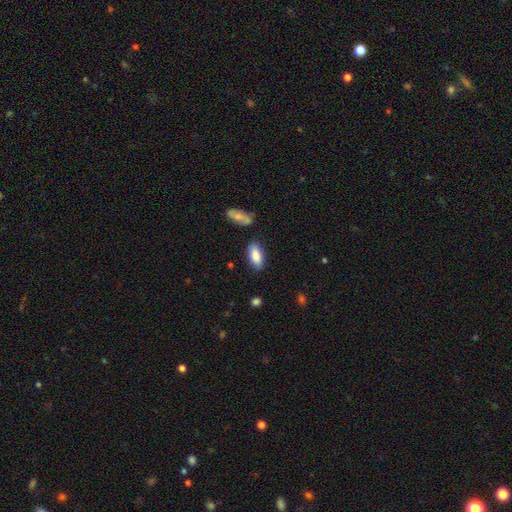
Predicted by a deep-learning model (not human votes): Q: Smooth or featured?
A: smooth (85%); runner-up: featured or disk (9%)
Q: How rounded?
A: in between (83%); runner-up: cigar-shaped (14%)
Q: Merging?
A: none (81%); runner-up: minor disturbance (12%)